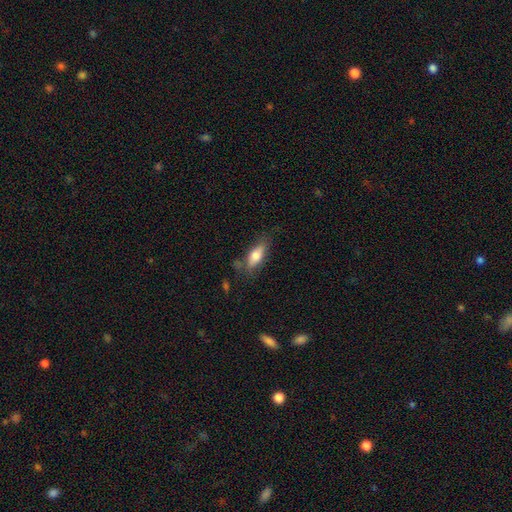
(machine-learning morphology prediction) A smooth galaxy with no disk features (71%) that is in between round and cigar-shaped (68%). Merging: none (67%).